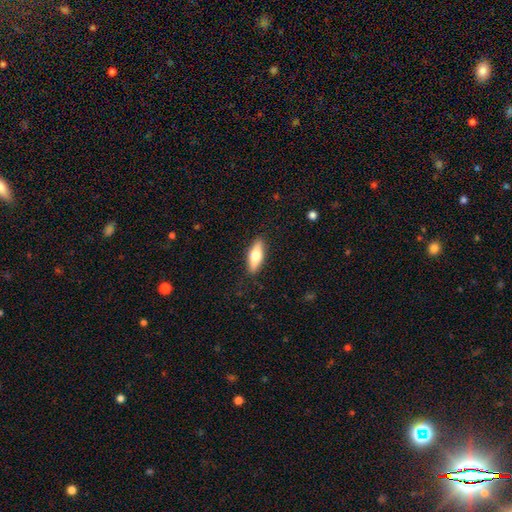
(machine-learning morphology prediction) This appears to be a smooth galaxy with no disk features (60%) that is in between round and cigar-shaped (54%). Merging: none (87%).